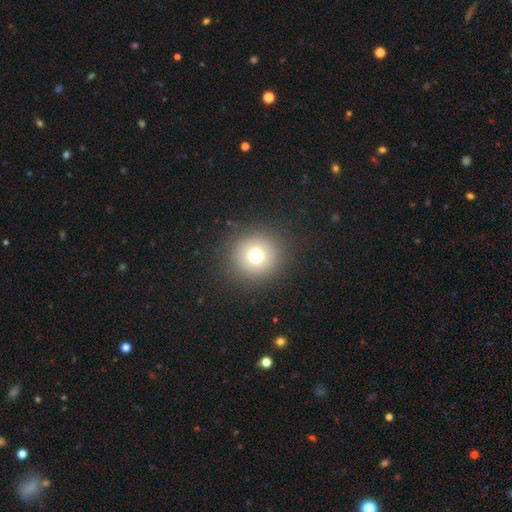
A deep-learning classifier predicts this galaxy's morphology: Q: Smooth or featured?
A: smooth (73%); runner-up: star or artifact (15%)
Q: How rounded?
A: round (94%); runner-up: in between (5%)
Q: Merging?
A: none (90%); runner-up: minor disturbance (6%)